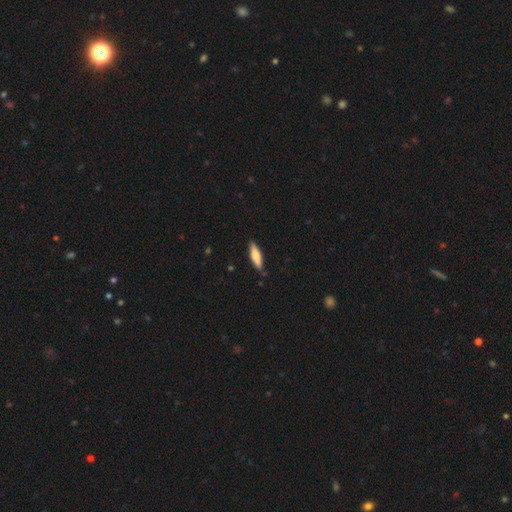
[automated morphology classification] Smooth or featured: smooth — 62% (featured or disk — 33%)
How rounded: cigar-shaped — 64% (in between — 34%)
Merging: none — 87% (minor disturbance — 10%)